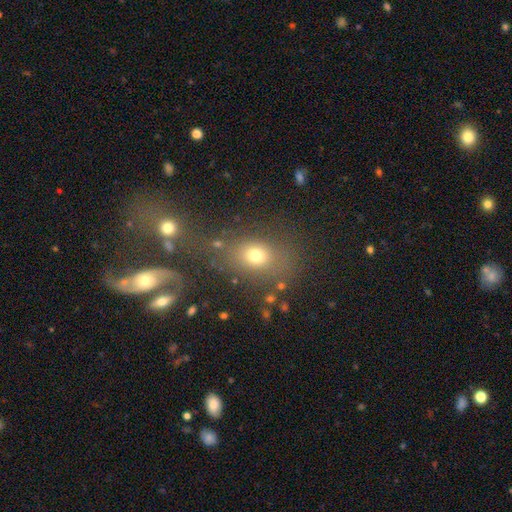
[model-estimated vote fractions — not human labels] smooth_or_featured: smooth (p=0.70) [alt: star or artifact p=0.18]
how_rounded: in between (p=0.55) [alt: round p=0.43]
merging: none (p=0.63) [alt: merger p=0.14]